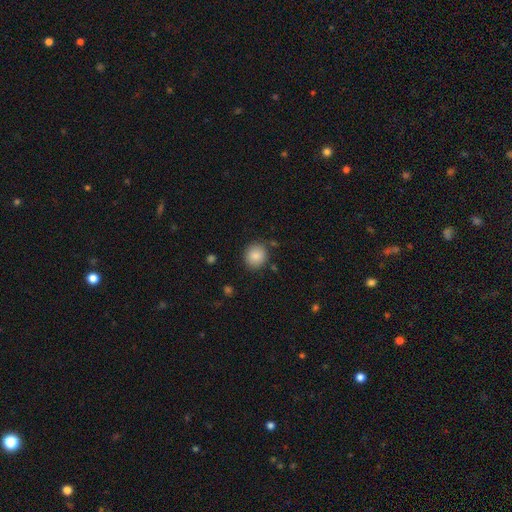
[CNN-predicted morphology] Q: Smooth or featured?
A: smooth (87%); runner-up: star or artifact (8%)
Q: How rounded?
A: round (82%); runner-up: in between (17%)
Q: Merging?
A: none (84%); runner-up: minor disturbance (10%)